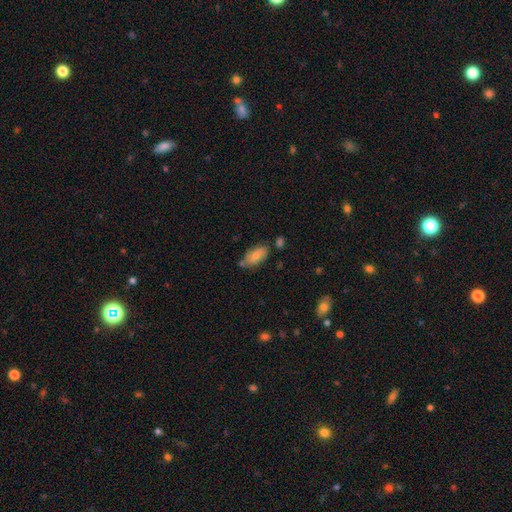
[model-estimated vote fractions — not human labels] Q: Smooth or featured?
A: smooth (73%); runner-up: featured or disk (20%)
Q: How rounded?
A: in between (91%); runner-up: cigar-shaped (6%)
Q: Merging?
A: none (67%); runner-up: minor disturbance (20%)